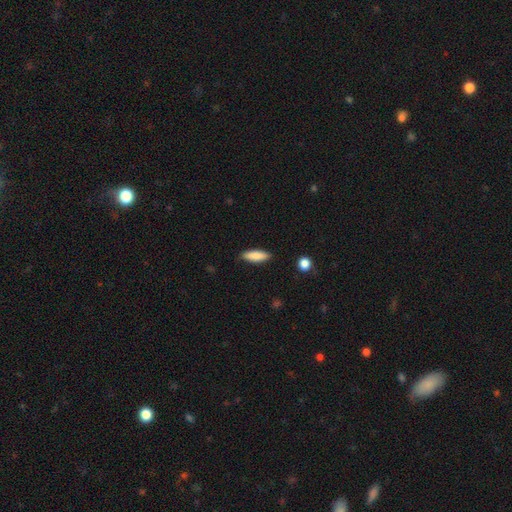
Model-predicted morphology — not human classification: The model was most divided on "how rounded": in between: 50%, cigar-shaped: 48%, round: 2%. More confident: merging — none (87%); smooth or featured — smooth (85%).